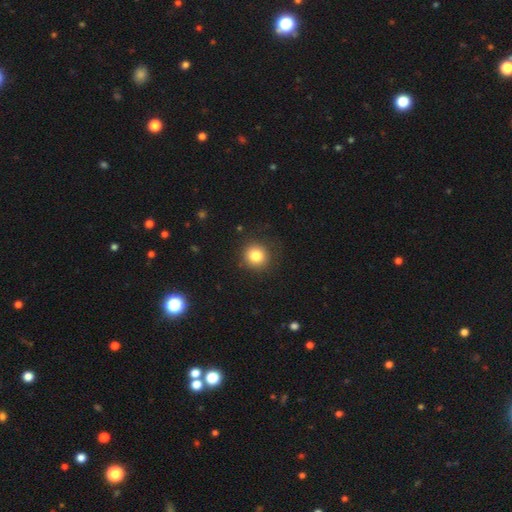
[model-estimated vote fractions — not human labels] smooth 83%, star or artifact 11%, featured or disk 7%. Down the decision tree: how rounded — round (91%); merging — none (87%).